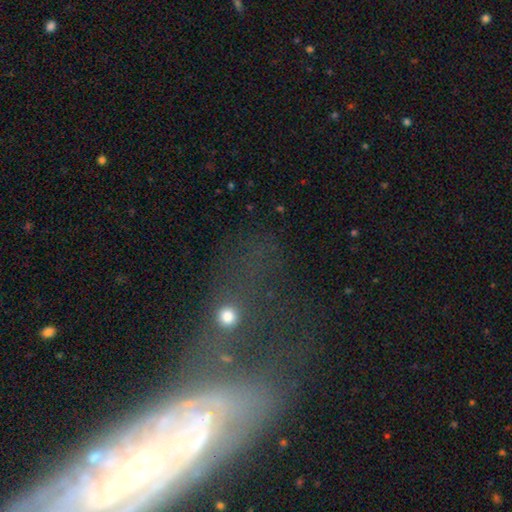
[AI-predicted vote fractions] A featured or disk galaxy (55%).

Vote fractions:
- Smooth or featured? featured or disk: 55% / smooth: 23% / star or artifact: 22%
- Edge-on disk? no: 81% / yes: 19%
- Merging? none: 43% / major disturbance: 25% / minor disturbance: 18% / merger: 13%